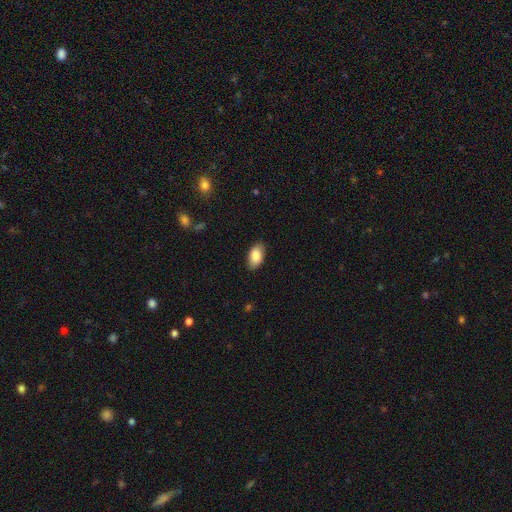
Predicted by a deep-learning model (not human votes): A smooth galaxy with no disk features (87%) that is in between round and cigar-shaped (94%). Merging: none (85%).